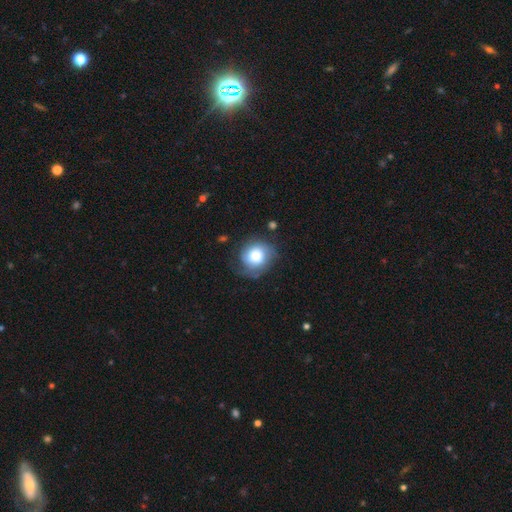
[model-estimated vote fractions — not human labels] Morphology: type=smooth (56%); roundness=round (81%); merging=none (64%).